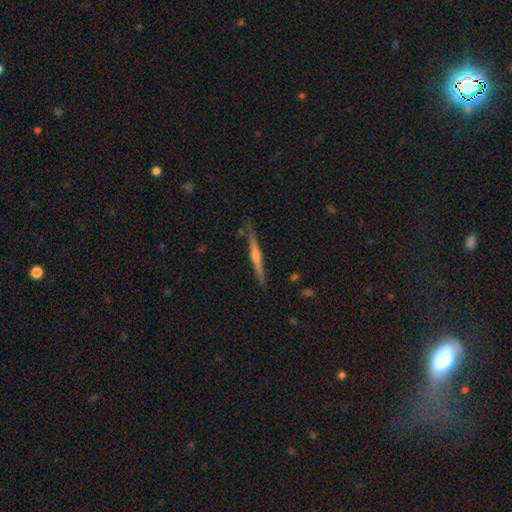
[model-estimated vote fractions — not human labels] Smooth or featured? Predicted: featured or disk (p=0.75). Edge-on disk? Predicted: yes (p=0.98). Edge-on bulge? Predicted: rounded (p=0.74). Merging? Predicted: none (p=0.88).